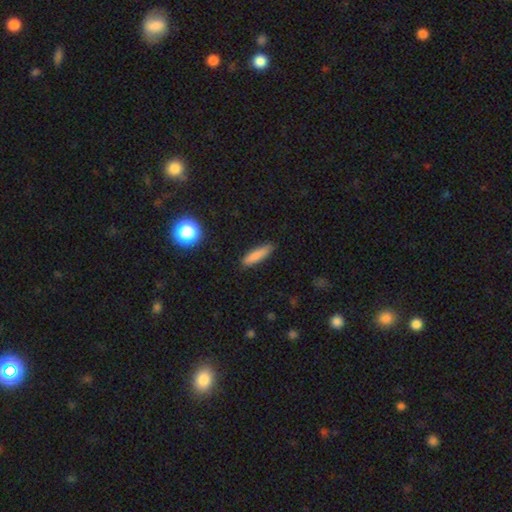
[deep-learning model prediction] This appears to be a smooth galaxy with no disk features (83%) that is cigar-shaped (71%). Merging: none (85%).